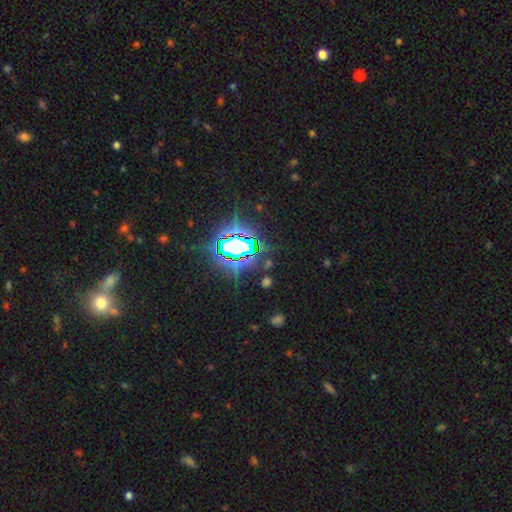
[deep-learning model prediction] Morphology: type=star or artifact (83%).